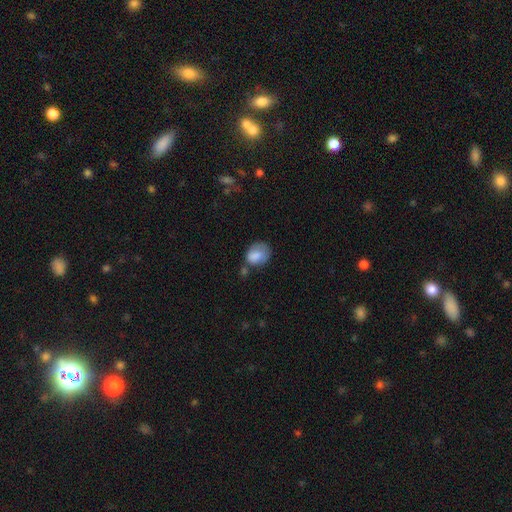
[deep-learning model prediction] Smooth or featured: smooth — 79% (featured or disk — 12%)
How rounded: in between — 59% (round — 40%)
Merging: none — 40% (minor disturbance — 31%)